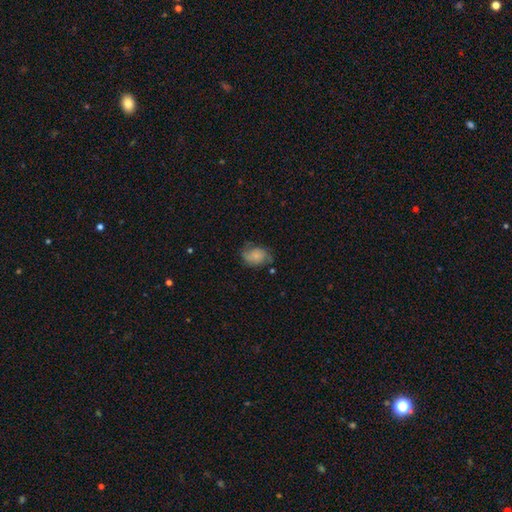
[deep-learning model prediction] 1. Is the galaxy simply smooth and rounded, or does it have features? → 55% smooth, 37% featured or disk, 8% star or artifact.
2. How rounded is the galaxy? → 67% in between, 32% round, 1% cigar-shaped.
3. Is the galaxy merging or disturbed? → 53% none, 30% minor disturbance, 15% major disturbance, 3% merger.